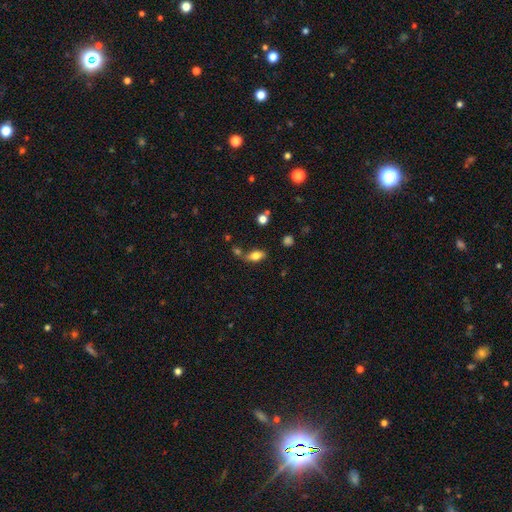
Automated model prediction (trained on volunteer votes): Overall: smooth (76%). How rounded: in between (85%). Merging: none (60%).